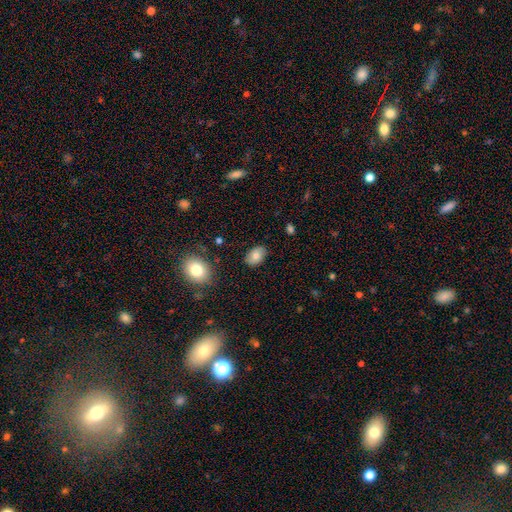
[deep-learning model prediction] Smooth or featured?
  - smooth: 77% *
  - featured or disk: 15%
  - star or artifact: 8%
How rounded?
  - in between: 85% *
  - round: 14%
  - cigar-shaped: 1%
Merging?
  - none: 84% *
  - minor disturbance: 12%
  - major disturbance: 3%
  - merger: 1%